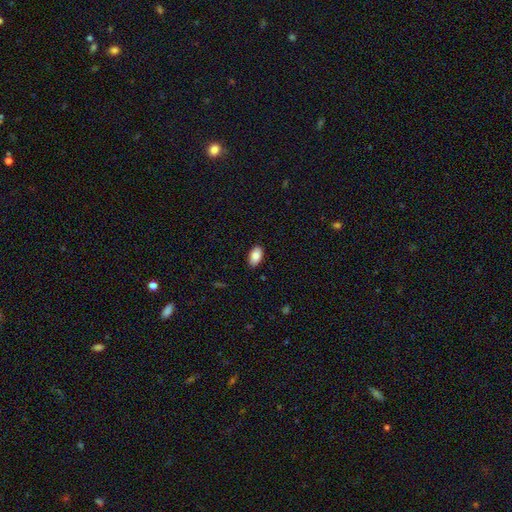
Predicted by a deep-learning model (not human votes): Overall: smooth (86%). How rounded: in between (94%). Merging: none (87%).